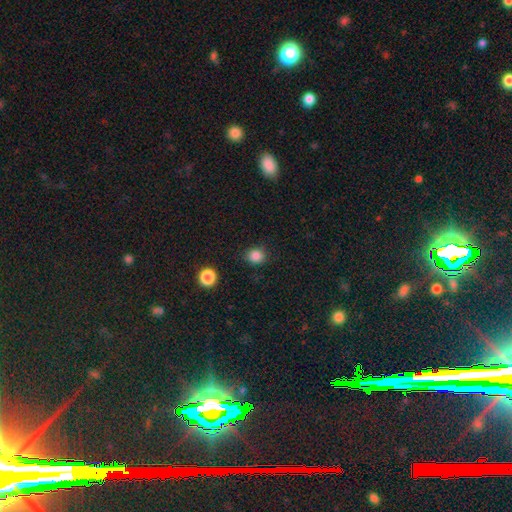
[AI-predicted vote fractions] Smooth or featured?
  - smooth: 84% *
  - star or artifact: 12%
  - featured or disk: 4%
How rounded?
  - round: 78% *
  - in between: 21%
  - cigar-shaped: 1%
Merging?
  - none: 85% *
  - minor disturbance: 11%
  - major disturbance: 3%
  - merger: 2%